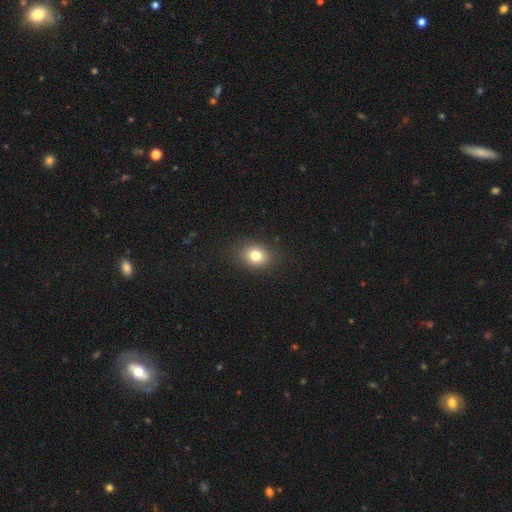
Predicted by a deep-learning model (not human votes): Smooth or featured? smooth (80%)
How rounded? round (54%)
Merging? none (88%)